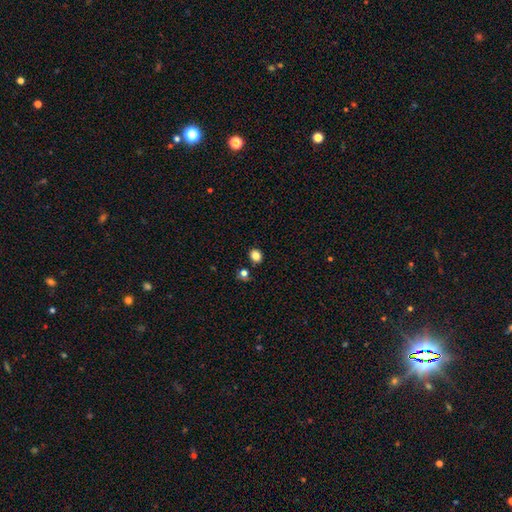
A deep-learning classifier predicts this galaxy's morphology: Smooth or featured?
  - smooth: 83% *
  - star or artifact: 12%
  - featured or disk: 6%
How rounded?
  - round: 59% *
  - in between: 40%
  - cigar-shaped: 1%
Merging?
  - none: 84% *
  - minor disturbance: 9%
  - merger: 5%
  - major disturbance: 2%